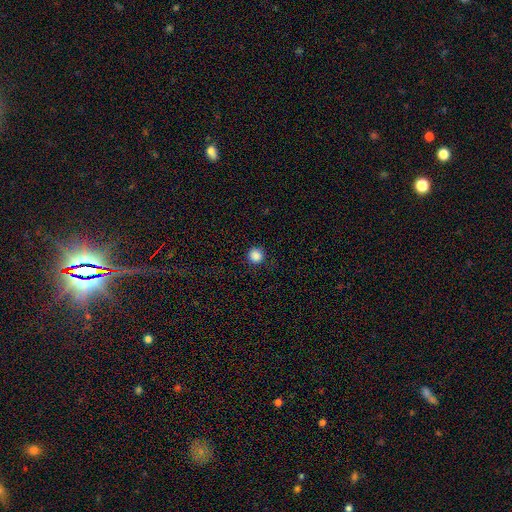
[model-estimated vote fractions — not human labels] Smooth or featured?
  - smooth: 86% *
  - star or artifact: 11%
  - featured or disk: 3%
How rounded?
  - round: 95% *
  - in between: 4%
  - cigar-shaped: 1%
Merging?
  - none: 89% *
  - minor disturbance: 8%
  - major disturbance: 3%
  - merger: 1%